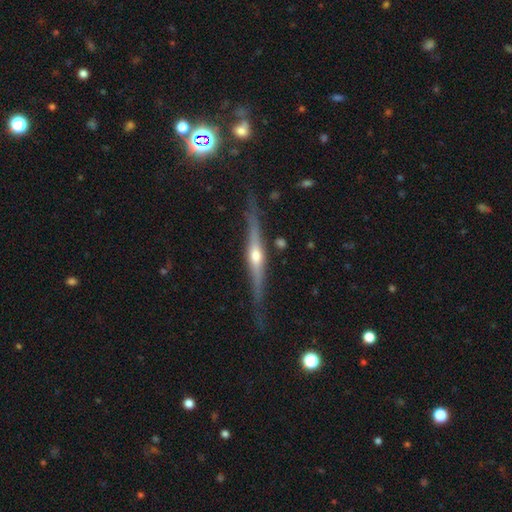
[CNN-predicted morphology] Smooth or featured: featured or disk — 81% (smooth — 14%)
Edge-on disk: yes — 97% (no — 3%)
Edge-on bulge: rounded — 89% (none — 6%)
Merging: none — 82% (minor disturbance — 13%)